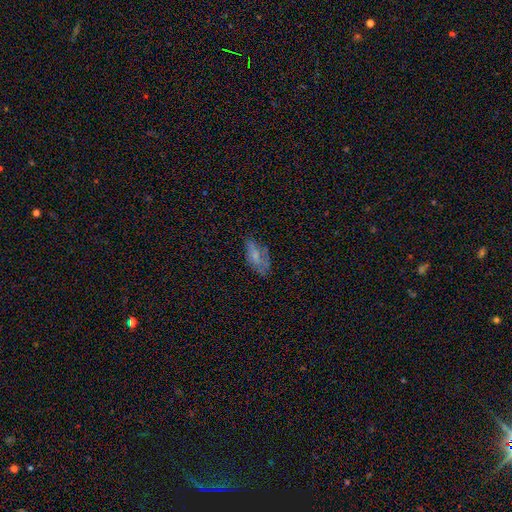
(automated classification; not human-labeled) Smooth or featured?
  - smooth: 55% *
  - featured or disk: 32%
  - star or artifact: 12%
How rounded?
  - in between: 86% *
  - cigar-shaped: 11%
  - round: 4%
Merging?
  - none: 52% *
  - minor disturbance: 29%
  - major disturbance: 16%
  - merger: 3%